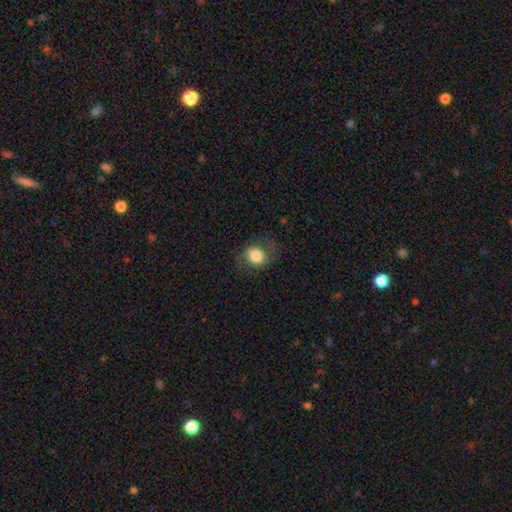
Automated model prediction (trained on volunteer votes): smooth-or-featured: smooth: 77% | featured or disk: 15% | star or artifact: 8%
  how-rounded: round: 61% | in between: 38% | cigar-shaped: 1%
  merging: none: 72% | minor disturbance: 17% | major disturbance: 10% | merger: 1%